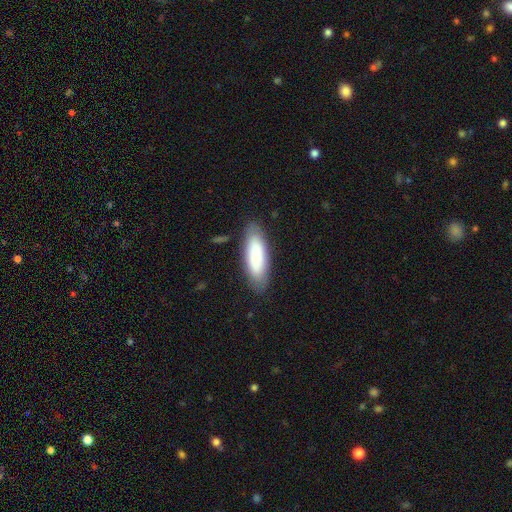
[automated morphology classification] A smooth galaxy with no disk features (77%) that is in between round and cigar-shaped (61%).

Vote fractions:
- Smooth or featured? smooth: 77% / featured or disk: 16% / star or artifact: 7%
- How rounded? in between: 61% / cigar-shaped: 37% / round: 2%
- Merging? none: 82% / minor disturbance: 13% / major disturbance: 3% / merger: 2%